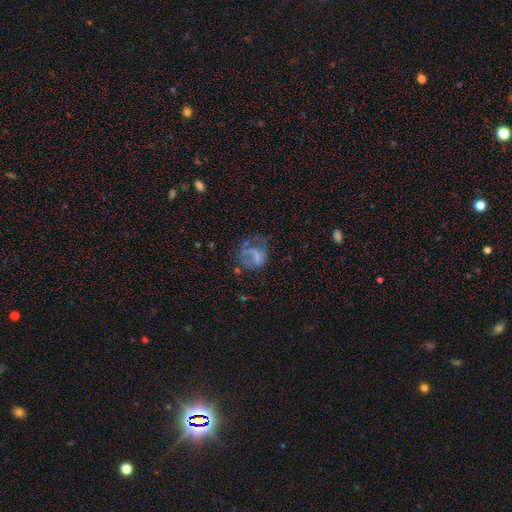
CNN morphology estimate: smooth 43% (tied), featured or disk 43% (tied), star or artifact 14%. Down the decision tree: merging — major disturbance (45%).